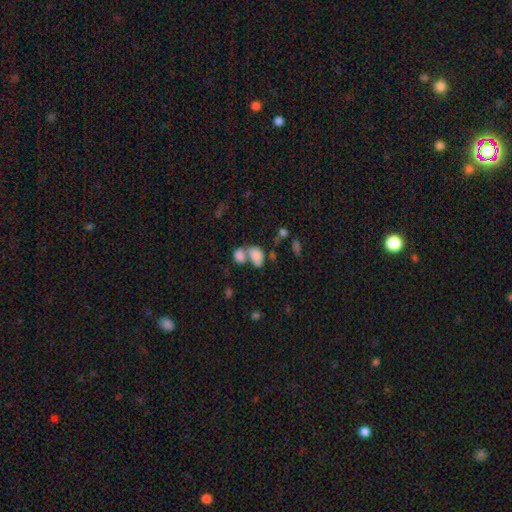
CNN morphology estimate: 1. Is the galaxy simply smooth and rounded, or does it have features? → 77% smooth, 13% featured or disk, 10% star or artifact.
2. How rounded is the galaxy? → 80% in between, 18% round, 2% cigar-shaped.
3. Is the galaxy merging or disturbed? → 64% merger, 21% none, 9% minor disturbance, 6% major disturbance.